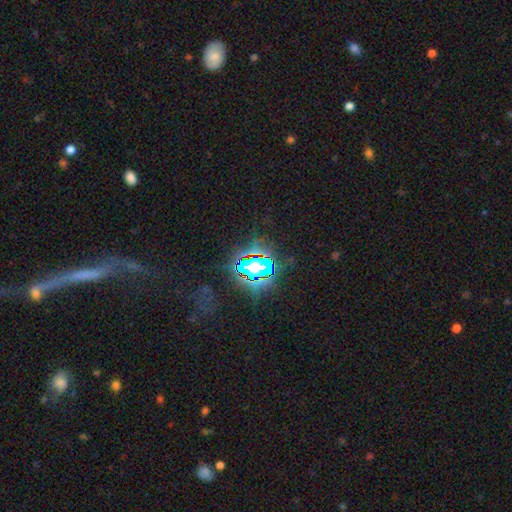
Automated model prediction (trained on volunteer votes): Morphology: type=star or artifact (74%).